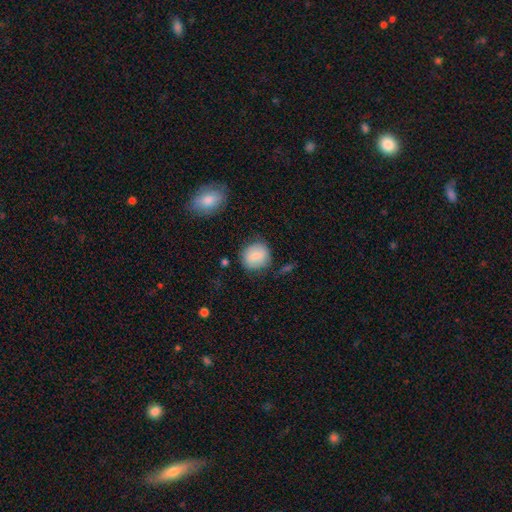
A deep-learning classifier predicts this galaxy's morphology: smooth 83%, featured or disk 10%, star or artifact 7%. Down the decision tree: how rounded — round (80%); merging — none (77%).